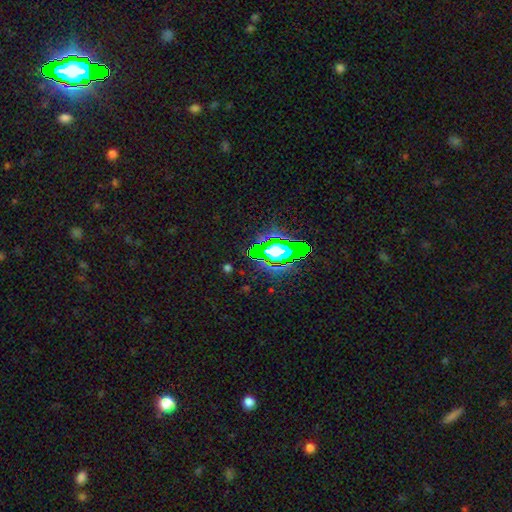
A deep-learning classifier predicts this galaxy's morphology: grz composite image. It shows a star or artifact, not a galaxy (77%).